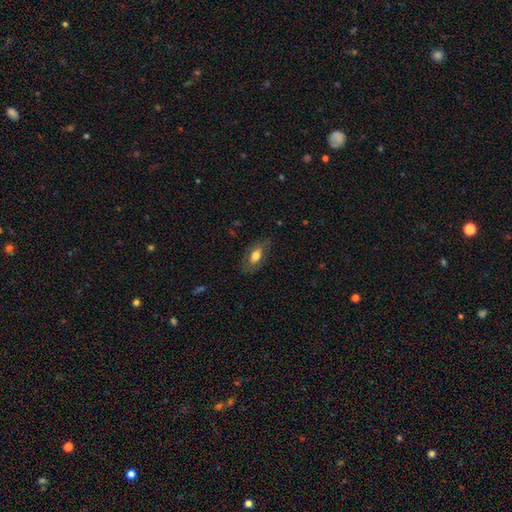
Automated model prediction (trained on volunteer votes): smooth 63%, featured or disk 30%, star or artifact 7%. Down the decision tree: how rounded — in between (87%); merging — none (72%).